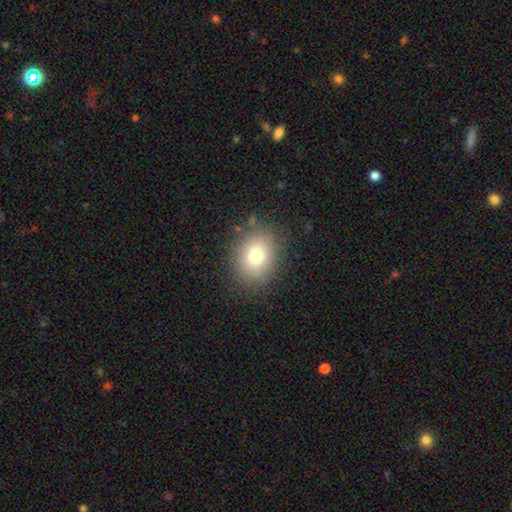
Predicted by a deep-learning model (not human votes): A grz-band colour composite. It shows a smooth galaxy with no disk features (75%) that is round (54%). Merging: none (83%).